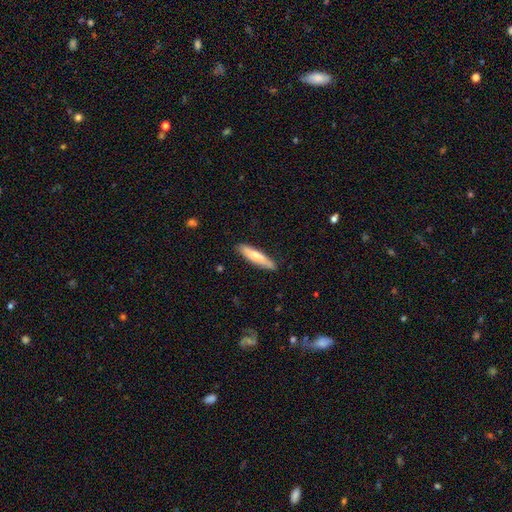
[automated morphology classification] Q: Smooth or featured?
A: smooth (67%); runner-up: featured or disk (27%)
Q: How rounded?
A: cigar-shaped (83%); runner-up: in between (16%)
Q: Merging?
A: none (86%); runner-up: minor disturbance (11%)